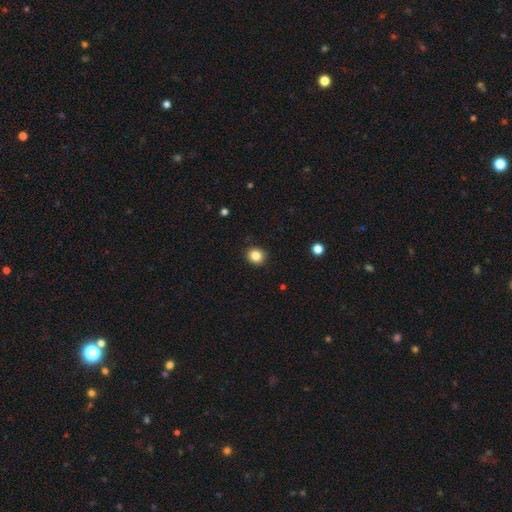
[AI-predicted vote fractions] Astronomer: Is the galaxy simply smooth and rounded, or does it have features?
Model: smooth — 85%.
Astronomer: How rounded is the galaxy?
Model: round — 84%.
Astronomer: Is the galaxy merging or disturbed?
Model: none — 91%.